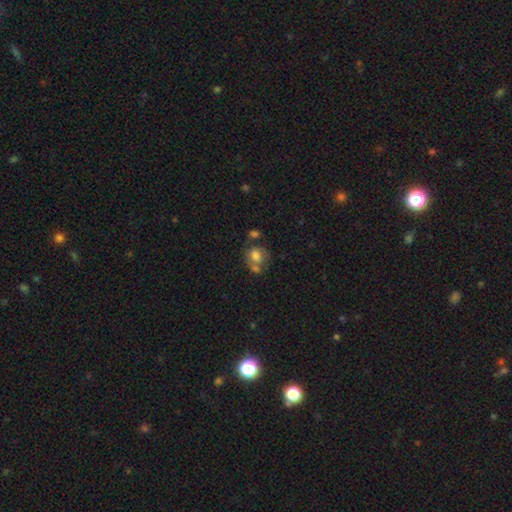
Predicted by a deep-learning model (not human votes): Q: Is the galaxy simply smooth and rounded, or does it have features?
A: smooth — 66%.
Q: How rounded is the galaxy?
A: round — 55%.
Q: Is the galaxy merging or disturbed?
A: none — 38%.